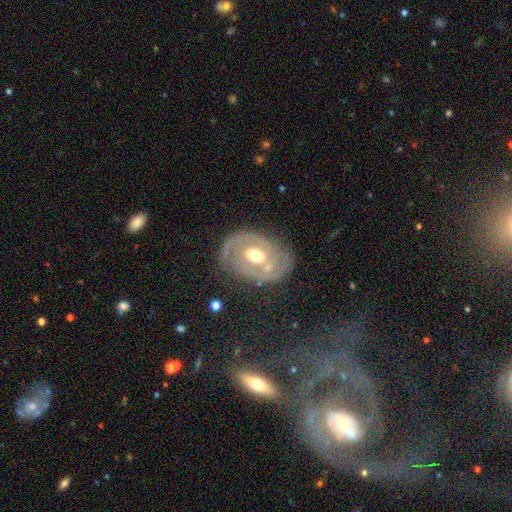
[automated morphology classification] smooth_or_featured: featured or disk (p=0.77) [alt: smooth p=0.17]
disk_edge_on: no (p=0.95) [alt: yes p=0.05]
bar: no (p=0.58) [alt: weak p=0.31]
has_spiral_arms: yes (p=0.68) [alt: no p=0.32]
bulge_size: moderate (p=0.72) [alt: small p=0.16]
merging: none (p=0.70) [alt: minor disturbance p=0.18]